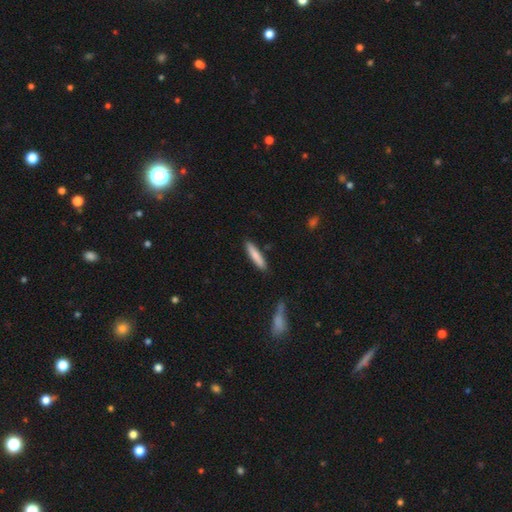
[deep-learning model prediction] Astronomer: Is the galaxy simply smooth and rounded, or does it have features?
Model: smooth — 82%.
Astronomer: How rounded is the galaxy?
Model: cigar-shaped — 85%.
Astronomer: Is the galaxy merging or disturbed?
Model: none — 88%.